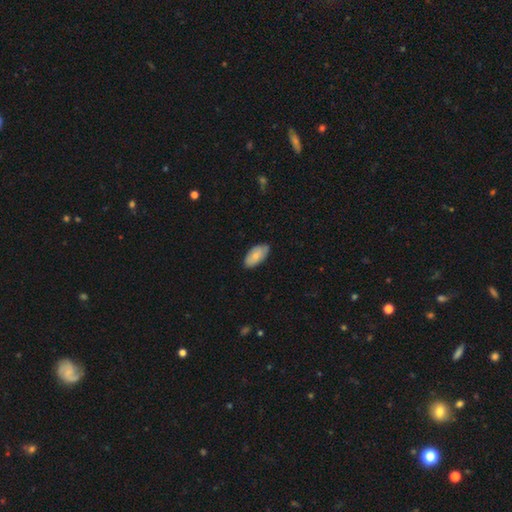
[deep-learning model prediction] Overall: smooth (80%). How rounded: in between (94%). Merging: none (82%).